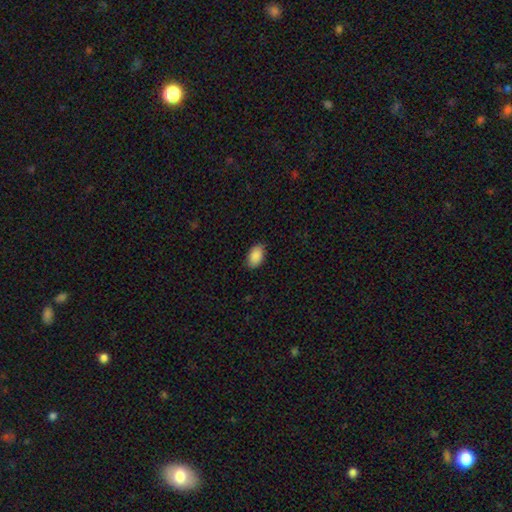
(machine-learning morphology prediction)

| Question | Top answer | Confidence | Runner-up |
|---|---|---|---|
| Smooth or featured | smooth | 90% | star or artifact (7%) |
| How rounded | in between | 92% | round (6%) |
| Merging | none | 84% | minor disturbance (12%) |